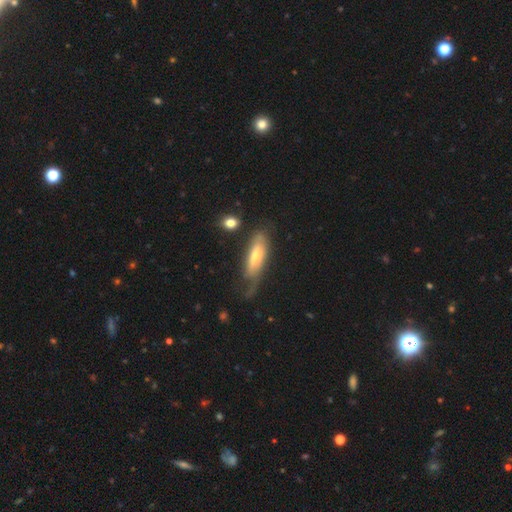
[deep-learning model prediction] A featured or disk galaxy (47%). Merging: none (43%).